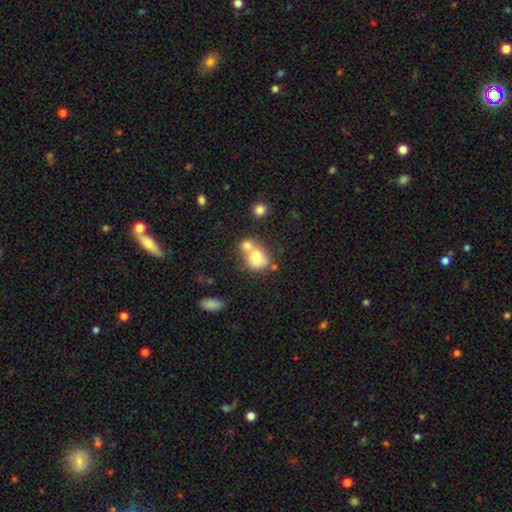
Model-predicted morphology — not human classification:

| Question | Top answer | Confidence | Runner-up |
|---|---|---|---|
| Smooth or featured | smooth | 71% | featured or disk (19%) |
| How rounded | round | 58% | in between (41%) |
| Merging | merger | 60% | none (26%) |